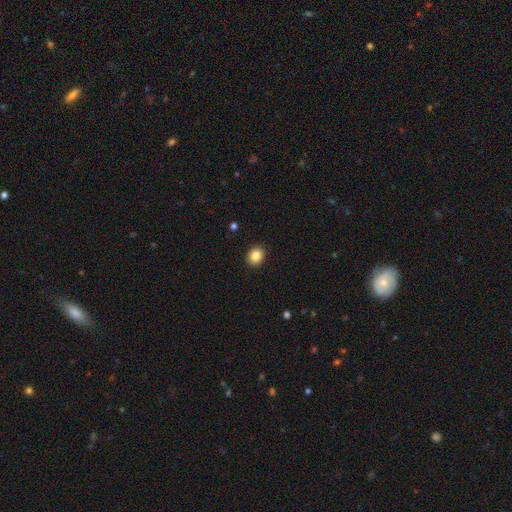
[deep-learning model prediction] Smooth or featured: smooth — 86% (star or artifact — 10%)
How rounded: round — 61% (in between — 38%)
Merging: none — 91% (minor disturbance — 6%)